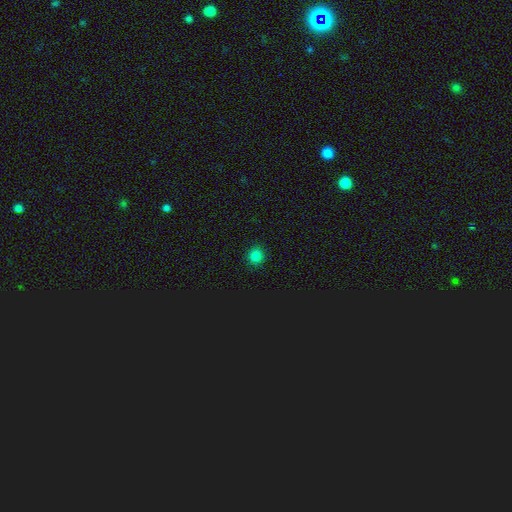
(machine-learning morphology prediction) Q: Smooth or featured?
A: smooth (81%); runner-up: star or artifact (16%)
Q: How rounded?
A: round (91%); runner-up: in between (8%)
Q: Merging?
A: none (91%); runner-up: minor disturbance (6%)